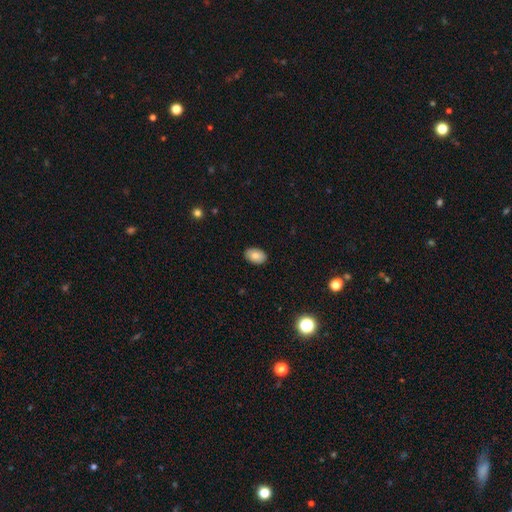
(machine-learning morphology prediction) Smooth or featured? Predicted: smooth (p=0.82). How rounded? Predicted: in between (p=0.89). Merging? Predicted: none (p=0.88).